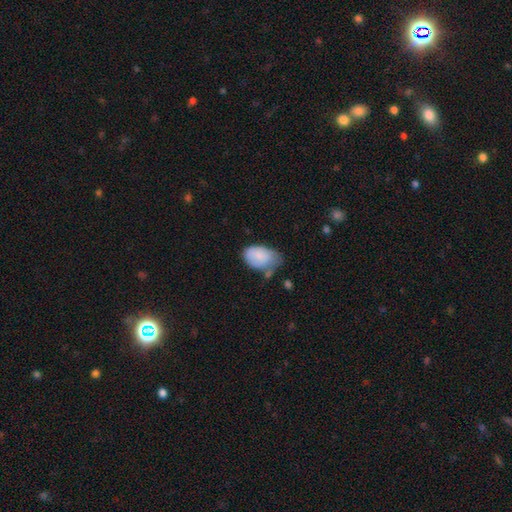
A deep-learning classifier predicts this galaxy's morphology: Q: Smooth or featured?
A: smooth (81%); runner-up: featured or disk (12%)
Q: How rounded?
A: in between (90%); runner-up: round (9%)
Q: Merging?
A: minor disturbance (41%); runner-up: none (37%)